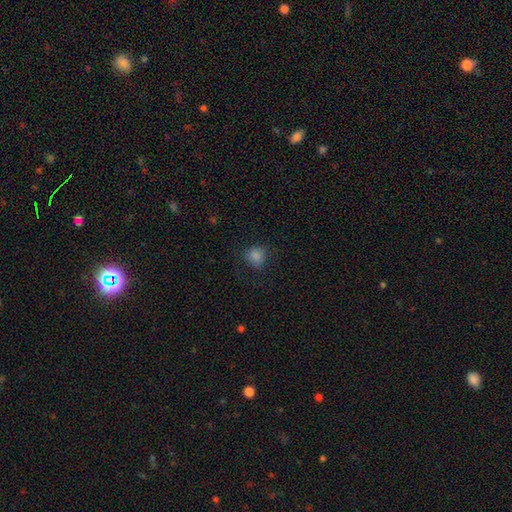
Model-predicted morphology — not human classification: The model was most divided on "smooth or featured": smooth: 80%, star or artifact: 16%, featured or disk: 4%. More confident: how rounded — round (82%); merging — none (80%).